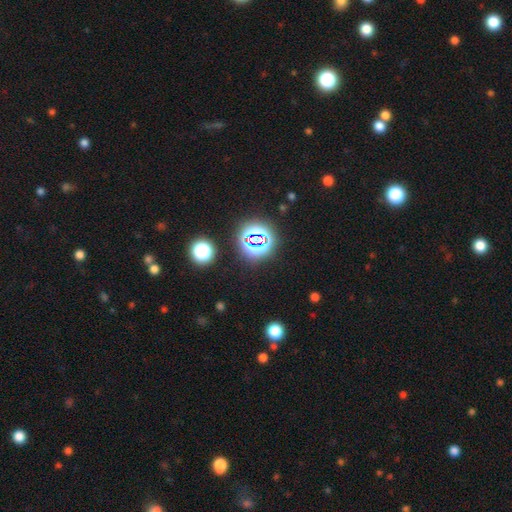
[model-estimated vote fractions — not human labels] Overall: star or artifact (73%).